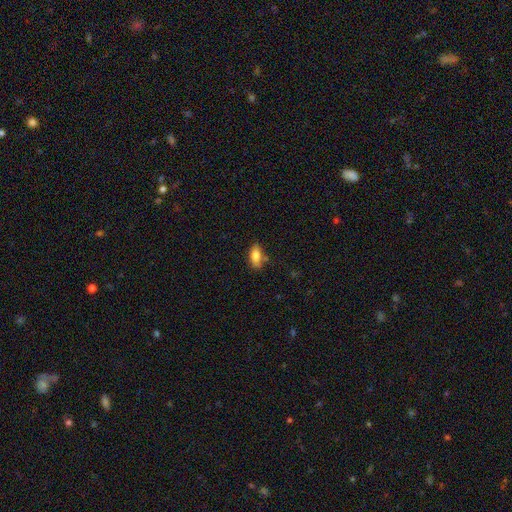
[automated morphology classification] A smooth galaxy with no disk features (80%) that is in between round and cigar-shaped (85%). Merging: none (73%).